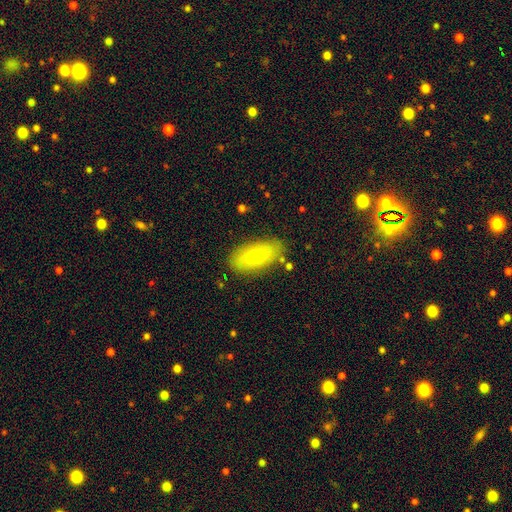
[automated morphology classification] A smooth galaxy with no disk features (77%) that is in between round and cigar-shaped (89%).

Vote fractions:
- Smooth or featured? smooth: 77% / featured or disk: 17% / star or artifact: 6%
- How rounded? in between: 89% / cigar-shaped: 8% / round: 3%
- Merging? none: 82% / minor disturbance: 13% / major disturbance: 3% / merger: 2%